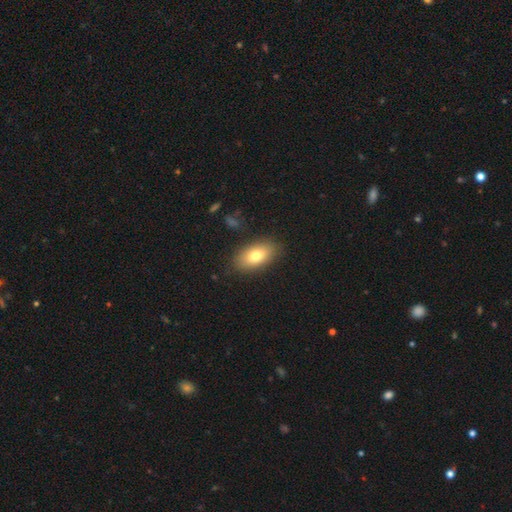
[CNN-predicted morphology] Q: Smooth or featured?
A: smooth (77%); runner-up: featured or disk (15%)
Q: How rounded?
A: in between (91%); runner-up: round (5%)
Q: Merging?
A: none (86%); runner-up: minor disturbance (10%)